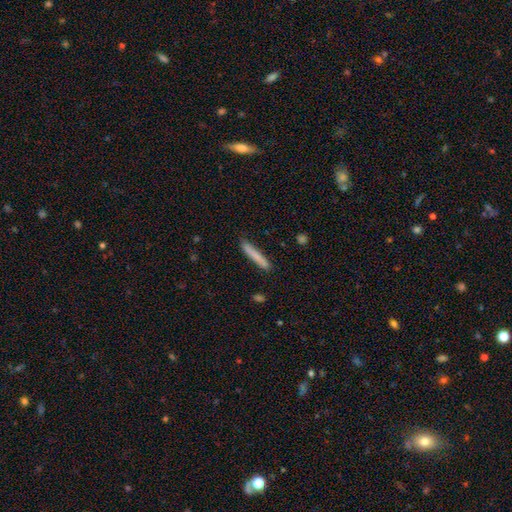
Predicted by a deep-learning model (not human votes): The model was most divided on "smooth or featured": smooth: 78%, featured or disk: 16%, star or artifact: 6%. More confident: how rounded — cigar-shaped (95%); merging — none (88%).